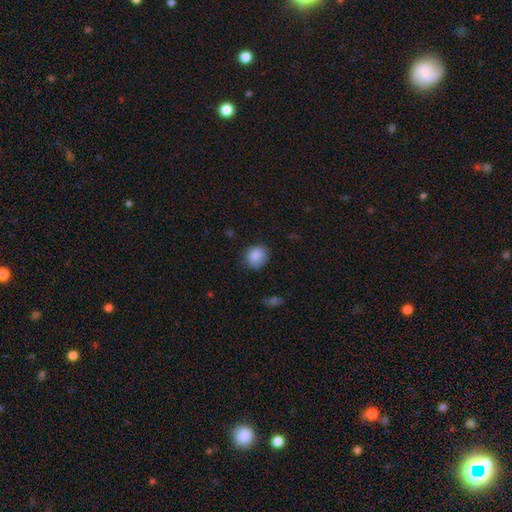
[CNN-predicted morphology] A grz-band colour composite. It shows a smooth galaxy with no disk features (87%) that is round (74%). Merging: none (78%).